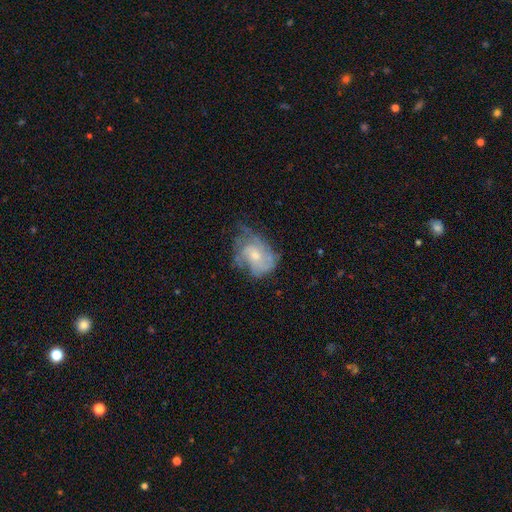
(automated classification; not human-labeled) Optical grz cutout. It shows a featured or disk galaxy (72%) with no bar (69%), tight (43%) spiral arms (85%) and a moderate central bulge (50%). Merging: none (47%).